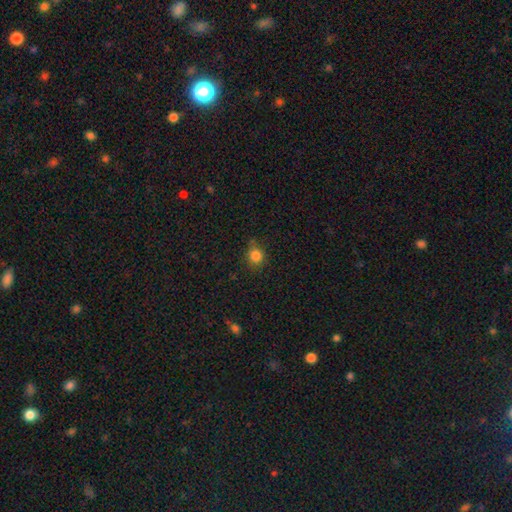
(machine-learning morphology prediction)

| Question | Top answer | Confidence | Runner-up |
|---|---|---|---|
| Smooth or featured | smooth | 83% | star or artifact (12%) |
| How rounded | round | 82% | in between (17%) |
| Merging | none | 78% | minor disturbance (15%) |